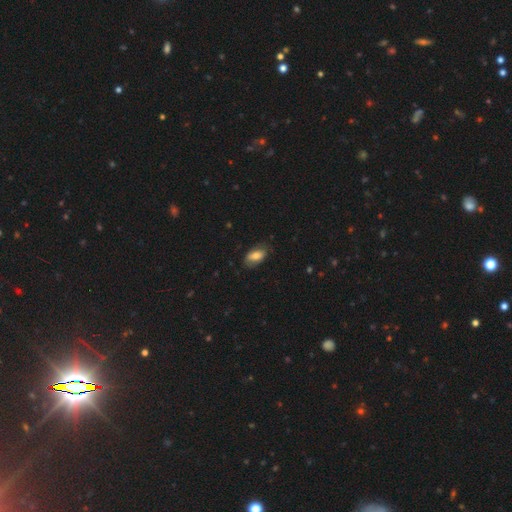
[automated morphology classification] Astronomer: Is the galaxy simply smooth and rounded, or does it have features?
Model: smooth — 71%.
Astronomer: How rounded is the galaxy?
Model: in between — 91%.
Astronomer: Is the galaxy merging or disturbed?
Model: none — 73%.